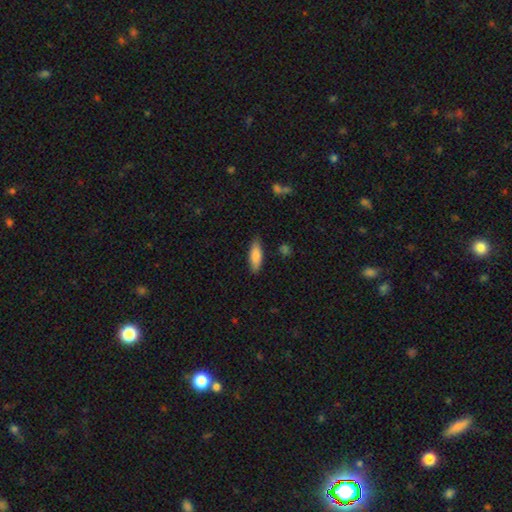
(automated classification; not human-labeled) A smooth galaxy with no disk features (84%) that is in between round and cigar-shaped (54%). Merging: none (84%).